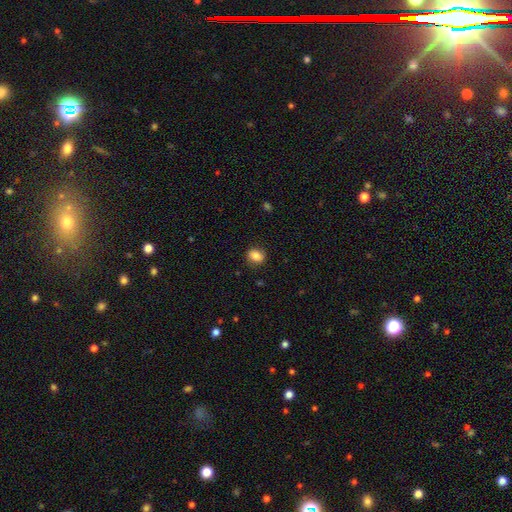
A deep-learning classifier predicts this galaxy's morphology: A smooth galaxy with no disk features (84%) that is round (53%).

Vote fractions:
- Smooth or featured? smooth: 84% / star or artifact: 9% / featured or disk: 7%
- How rounded? round: 53% / in between: 46% / cigar-shaped: 1%
- Merging? none: 86% / minor disturbance: 10% / major disturbance: 3% / merger: 1%